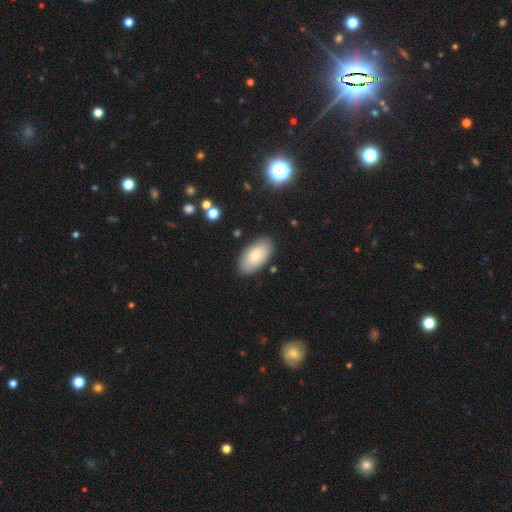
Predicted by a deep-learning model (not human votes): Smooth or featured? smooth (78%)
How rounded? in between (95%)
Merging? none (85%)